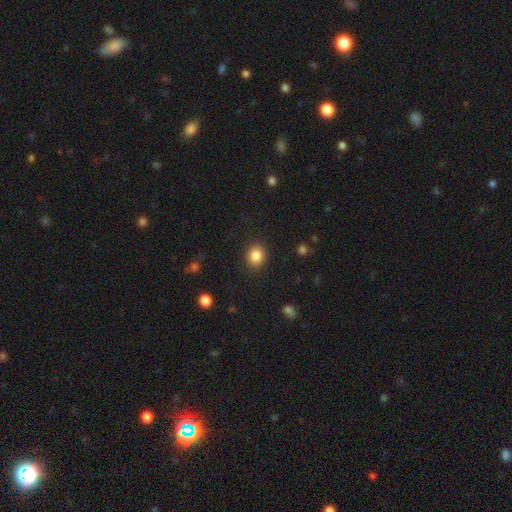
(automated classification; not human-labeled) This appears to be a smooth galaxy with no disk features (85%) that is round (61%). Merging: none (87%).